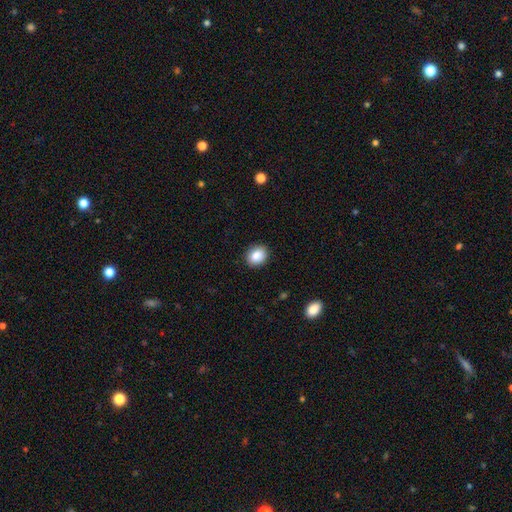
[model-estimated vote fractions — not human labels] smooth_or_featured: smooth (p=0.87) [alt: star or artifact p=0.08]
how_rounded: round (p=0.55) [alt: in between p=0.44]
merging: none (p=0.90) [alt: minor disturbance p=0.07]